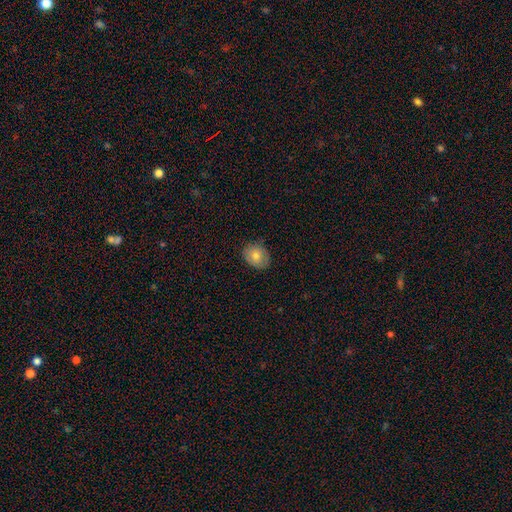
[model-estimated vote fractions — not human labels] Overall: smooth (75%). How rounded: round (50%; in between 49%). Merging: none (82%).